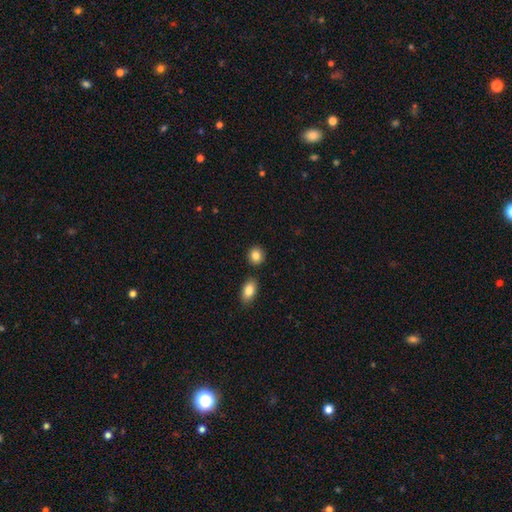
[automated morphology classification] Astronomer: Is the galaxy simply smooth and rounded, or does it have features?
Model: smooth — 86%.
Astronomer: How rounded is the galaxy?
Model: round — 76%.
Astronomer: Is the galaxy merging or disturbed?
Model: none — 83%.